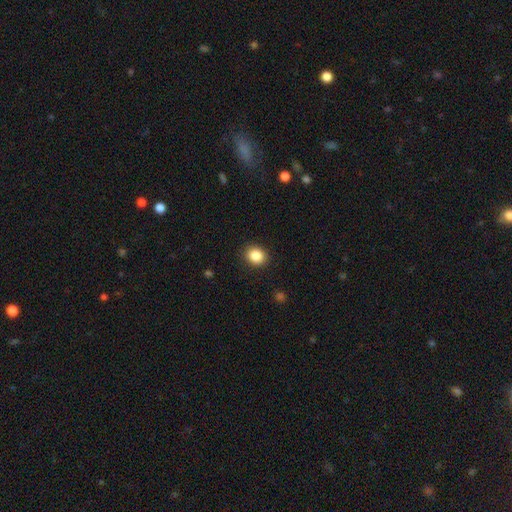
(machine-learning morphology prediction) Q: Smooth or featured?
A: smooth (86%); runner-up: star or artifact (9%)
Q: How rounded?
A: round (68%); runner-up: in between (31%)
Q: Merging?
A: none (90%); runner-up: minor disturbance (7%)